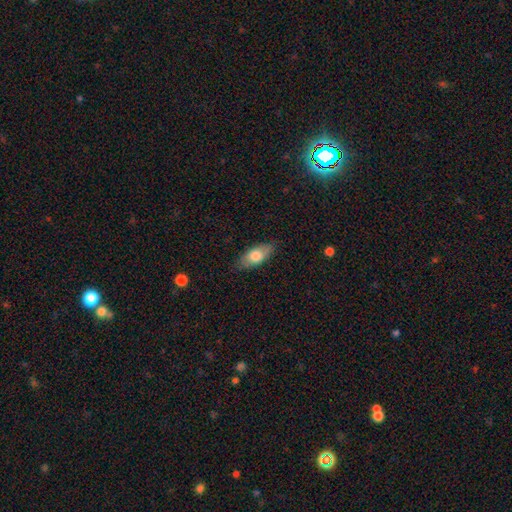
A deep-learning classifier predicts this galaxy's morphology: The model was most divided on "smooth or featured": smooth: 71%, featured or disk: 22%, star or artifact: 6%. More confident: how rounded — in between (84%); merging — none (82%).